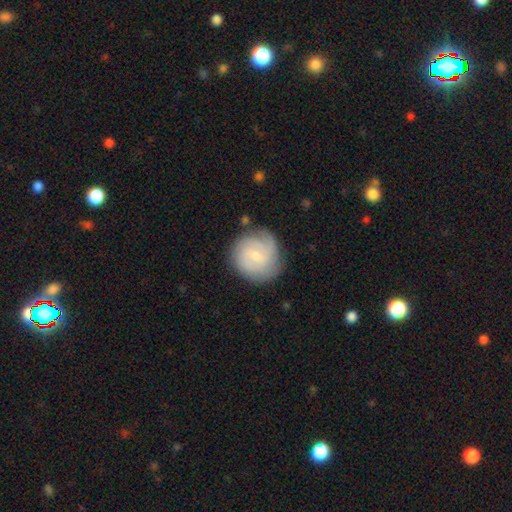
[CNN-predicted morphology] featured or disk 57%, smooth 36%, star or artifact 6%. Down the decision tree: edge-on disk — no (98%); bar — weak (48%); spiral arms — yes (88%); bulge size — small (68%); merging — none (74%).